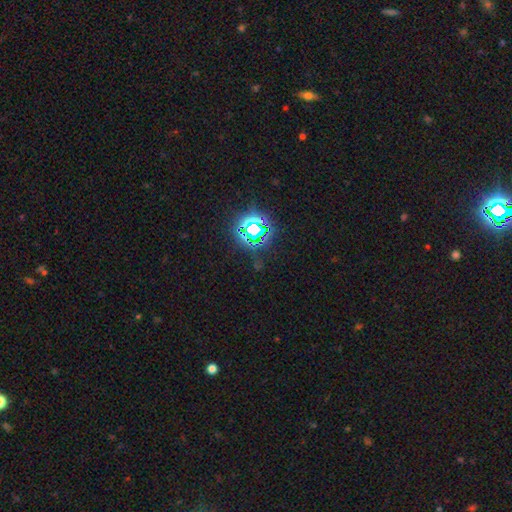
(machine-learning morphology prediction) type=star or artifact (80%).